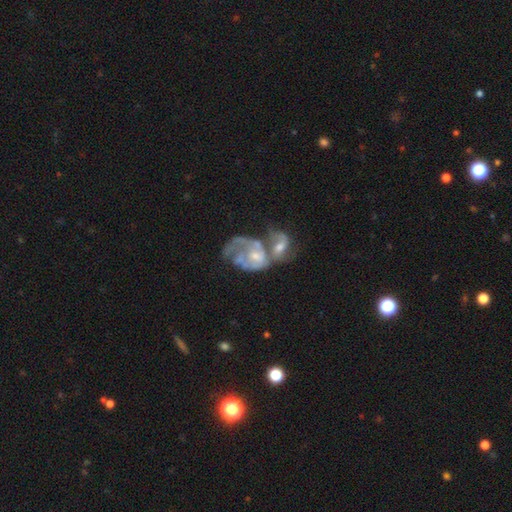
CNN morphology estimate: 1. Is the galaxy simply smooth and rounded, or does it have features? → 79% featured or disk, 13% smooth, 8% star or artifact.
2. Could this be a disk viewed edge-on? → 97% no, 3% yes.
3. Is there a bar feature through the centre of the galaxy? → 65% no, 28% weak, 7% strong.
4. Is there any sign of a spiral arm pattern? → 84% yes, 16% no.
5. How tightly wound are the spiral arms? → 42% tight, 39% medium, 19% loose.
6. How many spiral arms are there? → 43% 2, 28% can't tell, 16% 1, 7% 3, 3% 4, 3% more than 4.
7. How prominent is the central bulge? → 46% moderate, 43% small, 5% none, 3% large, 2% dominant.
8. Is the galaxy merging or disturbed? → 71% merger, 14% none, 9% major disturbance, 6% minor disturbance.